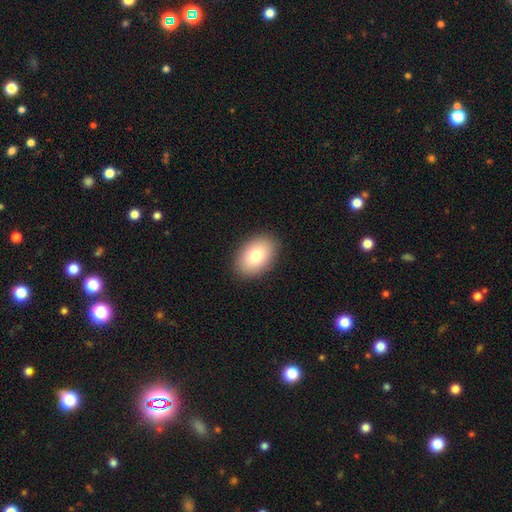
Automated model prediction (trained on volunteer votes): Smooth or featured?
  - smooth: 79% *
  - featured or disk: 13%
  - star or artifact: 8%
How rounded?
  - in between: 85% *
  - round: 14%
  - cigar-shaped: 1%
Merging?
  - none: 90% *
  - minor disturbance: 7%
  - major disturbance: 2%
  - merger: 1%